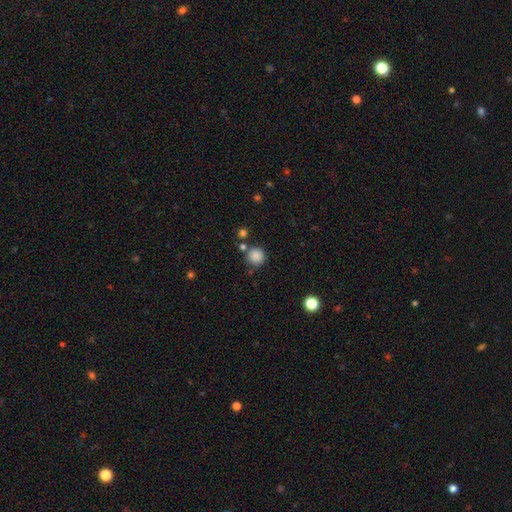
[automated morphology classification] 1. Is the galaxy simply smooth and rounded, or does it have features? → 86% smooth, 11% star or artifact, 4% featured or disk.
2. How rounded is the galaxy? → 93% round, 6% in between, 1% cigar-shaped.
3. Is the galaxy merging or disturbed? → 78% none, 10% minor disturbance, 9% merger, 4% major disturbance.